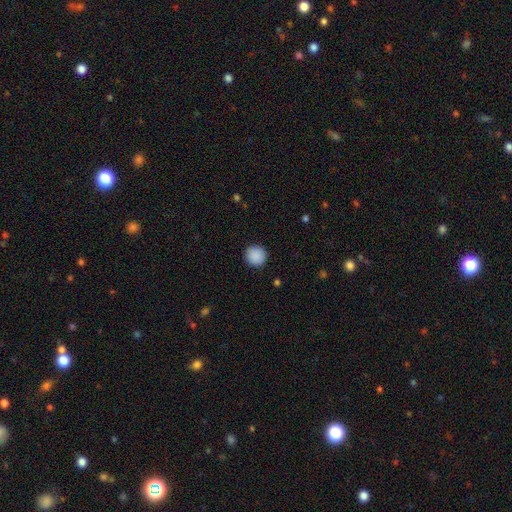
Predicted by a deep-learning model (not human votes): Morphology: type=smooth (90%); roundness=round (94%); merging=none (92%).